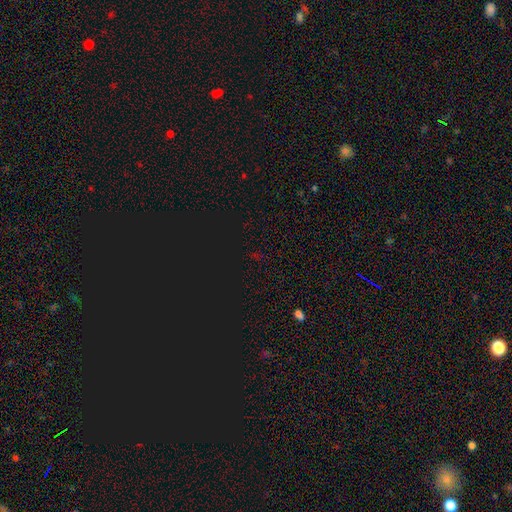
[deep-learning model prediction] Q: Smooth or featured?
A: star or artifact (77%); runner-up: smooth (17%)